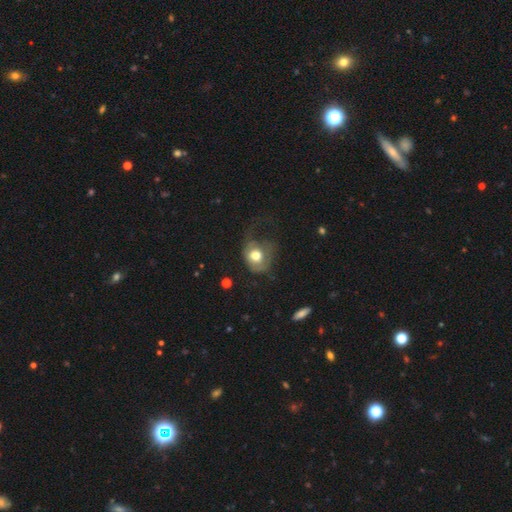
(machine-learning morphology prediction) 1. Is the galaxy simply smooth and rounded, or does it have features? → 63% smooth, 29% featured or disk, 8% star or artifact.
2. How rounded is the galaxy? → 61% round, 38% in between, 1% cigar-shaped.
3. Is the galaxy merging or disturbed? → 50% major disturbance, 25% none, 22% minor disturbance, 2% merger.